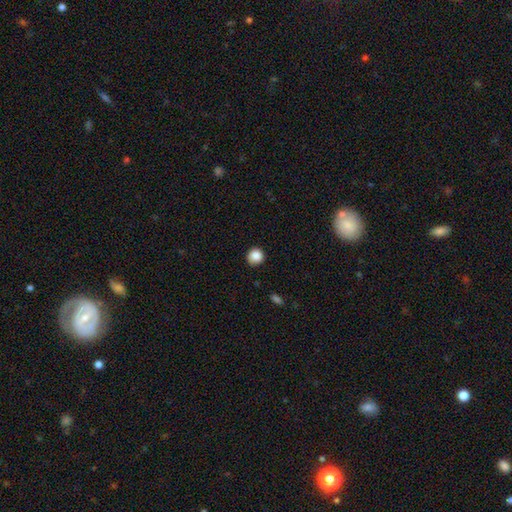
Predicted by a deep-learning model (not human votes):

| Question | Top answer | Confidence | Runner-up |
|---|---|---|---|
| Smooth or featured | smooth | 86% | star or artifact (10%) |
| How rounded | round | 92% | in between (7%) |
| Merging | none | 86% | minor disturbance (10%) |